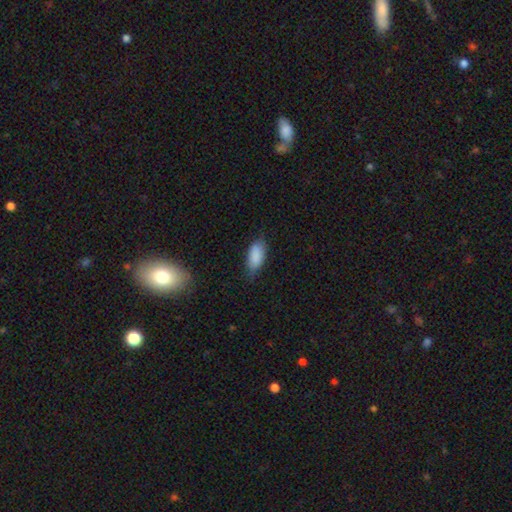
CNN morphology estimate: smooth_or_featured: smooth (p=0.86) [alt: featured or disk p=0.07]
how_rounded: in between (p=0.89) [alt: cigar-shaped p=0.08]
merging: none (p=0.63) [alt: minor disturbance p=0.29]